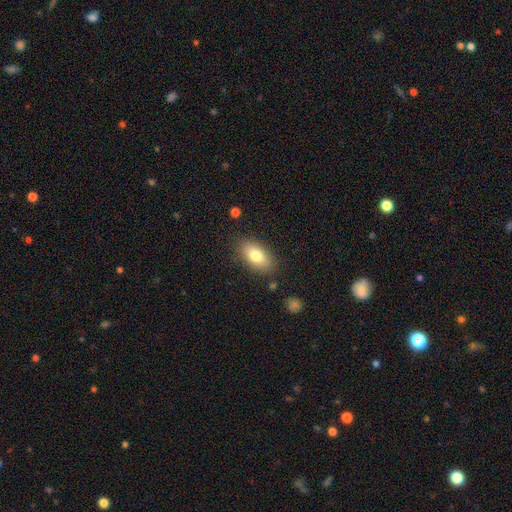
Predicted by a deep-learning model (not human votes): smooth 80%, featured or disk 13%, star or artifact 7%. Down the decision tree: how rounded — in between (91%); merging — none (83%).